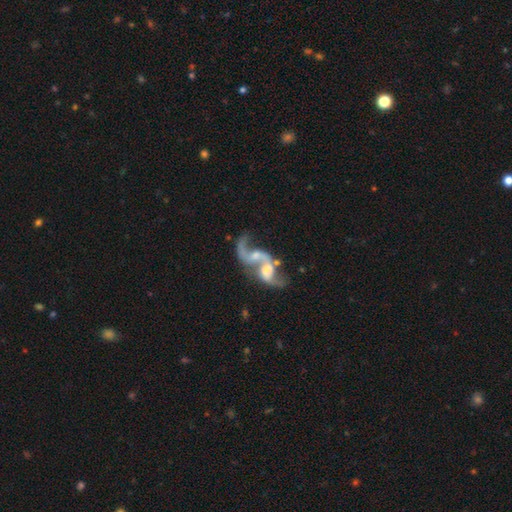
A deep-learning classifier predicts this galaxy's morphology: smooth-or-featured: featured or disk: 80% | smooth: 13% | star or artifact: 7%
  disk-edge-on: no: 97% | yes: 3%
    bar: no: 50% | weak: 37% | strong: 14%
    has-spiral-arms: yes: 86% | no: 14%
      spiral-winding: loose: 80% | medium: 17% | tight: 3%
      spiral-arm-count: 2: 76% | 1: 16% | can't tell: 5% | 3: 2% | 4: 1% | more than 4: 1%
    bulge-size: moderate: 49% | small: 33% | none: 9% | large: 7% | dominant: 2%
  merging: merger: 67% | none: 16% | major disturbance: 11% | minor disturbance: 6%